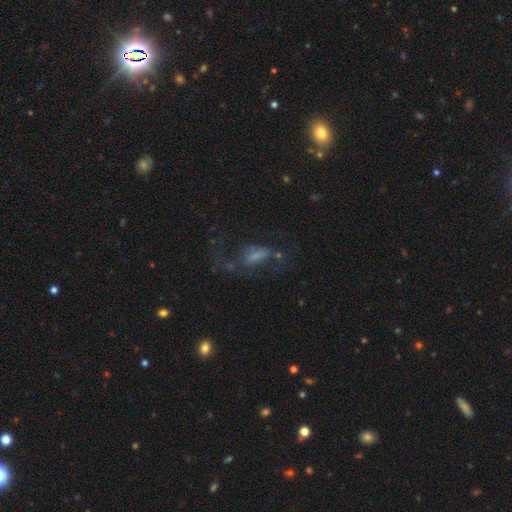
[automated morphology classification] smooth 42%, featured or disk 39%, star or artifact 19%. Down the decision tree: merging — major disturbance (43%).